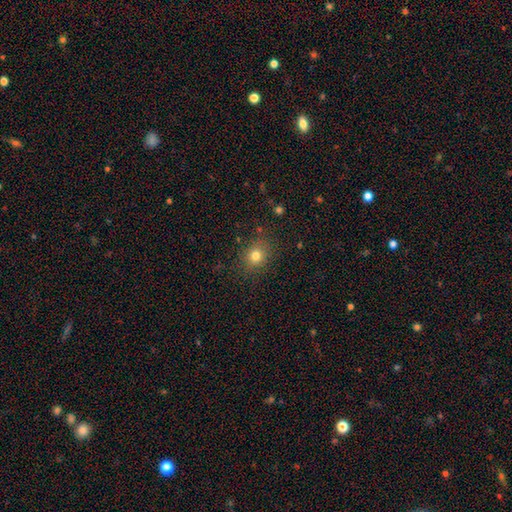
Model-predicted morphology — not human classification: This is likely a smooth galaxy (78%). How rounded: likely round (70%). Merging: clearly none (84%).